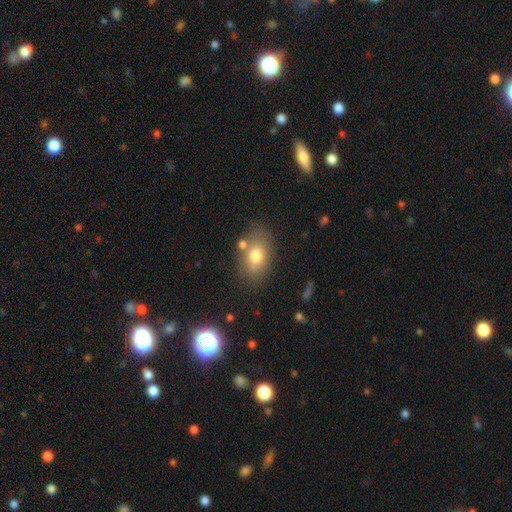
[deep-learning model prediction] Morphology: type=smooth (74%); roundness=in between (84%); merging=none (73%).